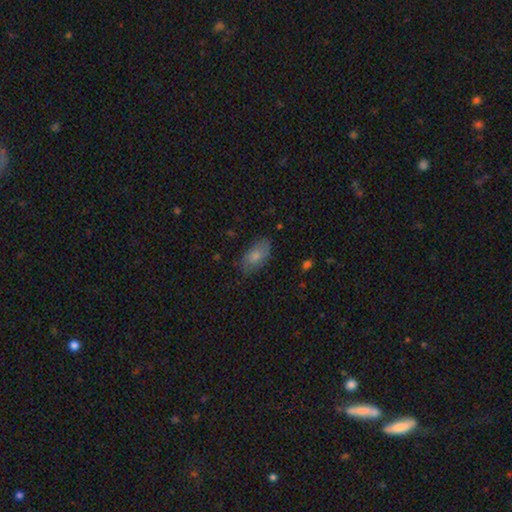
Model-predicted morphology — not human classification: Smooth or featured: smooth — 77% (featured or disk — 16%)
How rounded: in between — 92% (cigar-shaped — 5%)
Merging: none — 77% (minor disturbance — 18%)